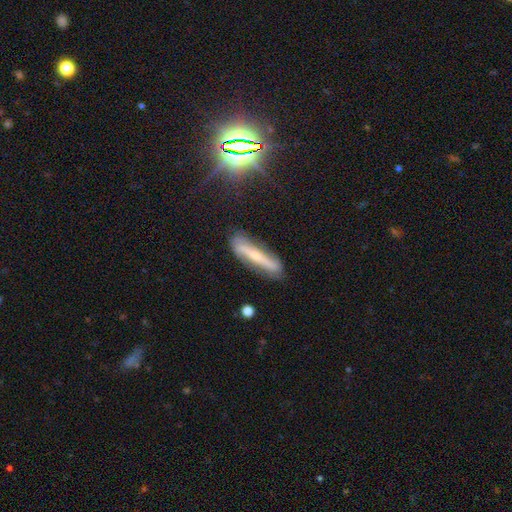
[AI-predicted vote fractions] The model was most divided on "edge-on disk": yes: 59%, no: 41%. More confident: merging — none (79%); smooth or featured — featured or disk (56%).